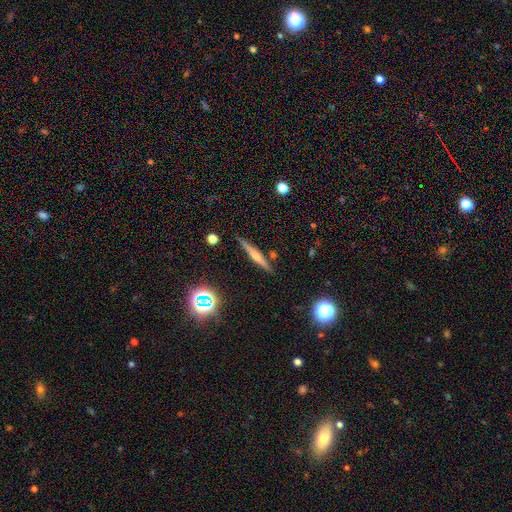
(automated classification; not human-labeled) Morphology: type=featured or disk (52%); edge-on=yes (96%); edge-on bulge=rounded (69%); merging=none (86%).